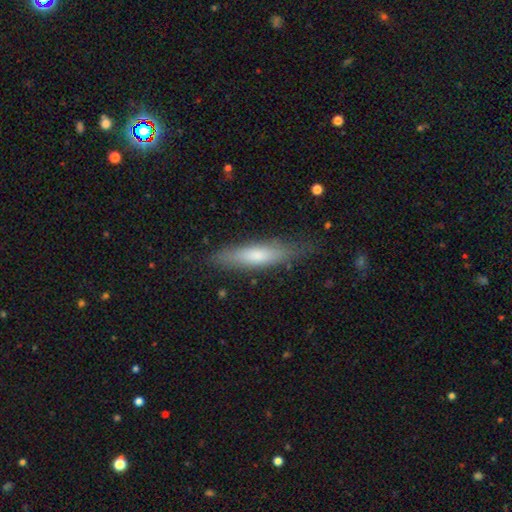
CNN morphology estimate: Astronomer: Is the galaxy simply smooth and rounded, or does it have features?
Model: smooth — 66%.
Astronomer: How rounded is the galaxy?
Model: cigar-shaped — 79%.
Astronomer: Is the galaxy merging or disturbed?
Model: none — 77%.